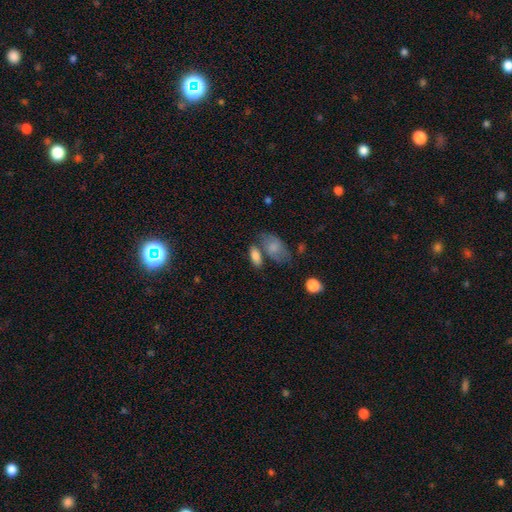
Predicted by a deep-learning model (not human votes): The model was most divided on "merging": none: 54%, merger: 23%, minor disturbance: 16%, major disturbance: 6%. More confident: how rounded — in between (87%); smooth or featured — smooth (81%).